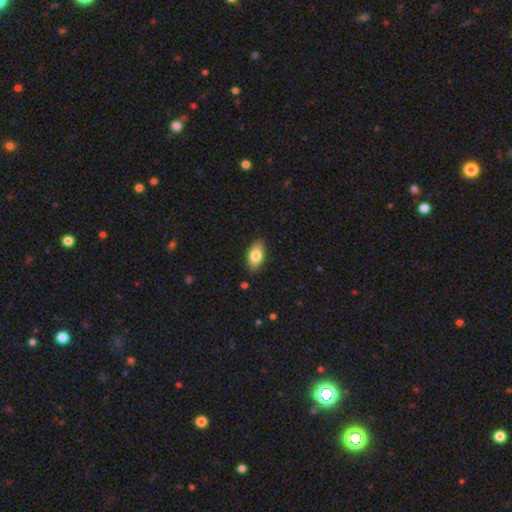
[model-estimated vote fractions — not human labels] Smooth or featured: smooth — 78% (featured or disk — 15%)
How rounded: in between — 91% (round — 5%)
Merging: none — 84% (minor disturbance — 12%)